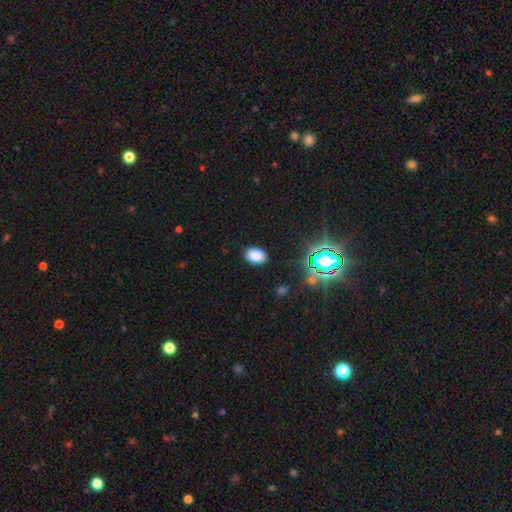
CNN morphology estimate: This is clearly a smooth galaxy (81%). How rounded: clearly in between (86%). Merging: clearly none (87%).